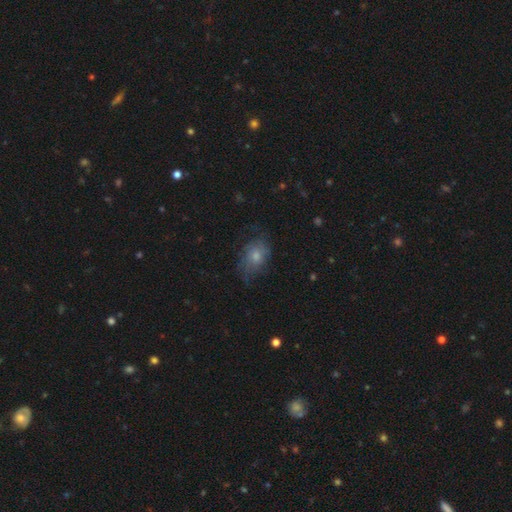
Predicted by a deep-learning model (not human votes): smooth_or_featured: smooth (p=0.63) [alt: featured or disk p=0.27]
how_rounded: in between (p=0.70) [alt: round p=0.29]
merging: none (p=0.52) [alt: minor disturbance p=0.28]